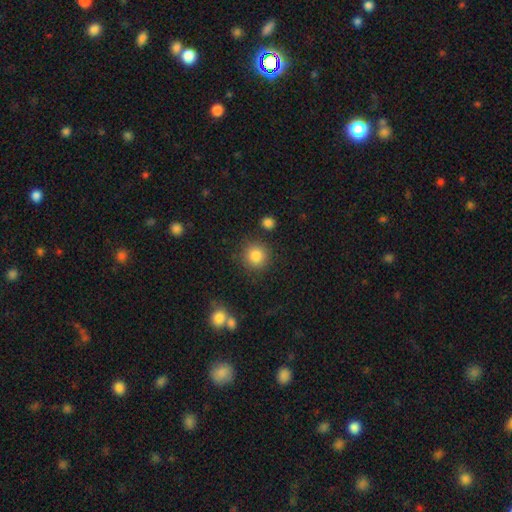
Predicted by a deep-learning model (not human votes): This is clearly a smooth galaxy (85%). How rounded: clearly round (92%). Merging: clearly none (85%).